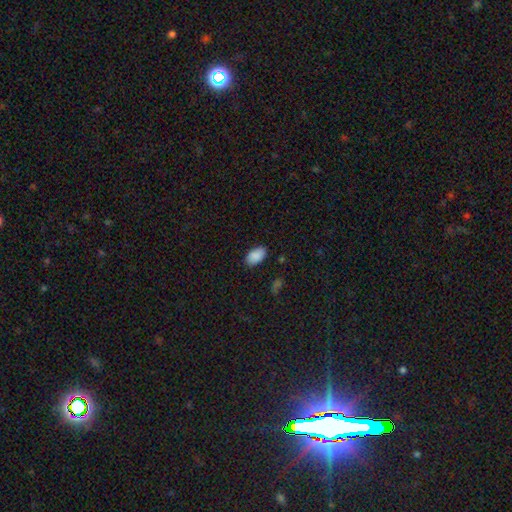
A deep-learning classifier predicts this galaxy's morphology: smooth-or-featured: smooth: 89% | star or artifact: 7% | featured or disk: 4%
  how-rounded: in between: 94% | round: 5% | cigar-shaped: 1%
  merging: none: 85% | minor disturbance: 11% | major disturbance: 3% | merger: 1%